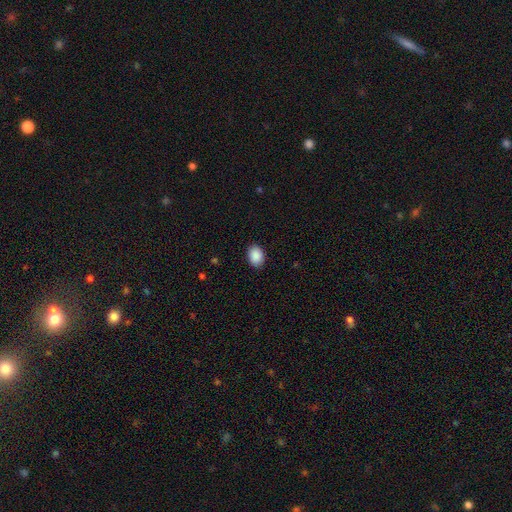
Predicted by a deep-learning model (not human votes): smooth_or_featured: smooth (p=0.90) [alt: star or artifact p=0.07]
how_rounded: in between (p=0.78) [alt: round p=0.21]
merging: none (p=0.88) [alt: minor disturbance p=0.09]